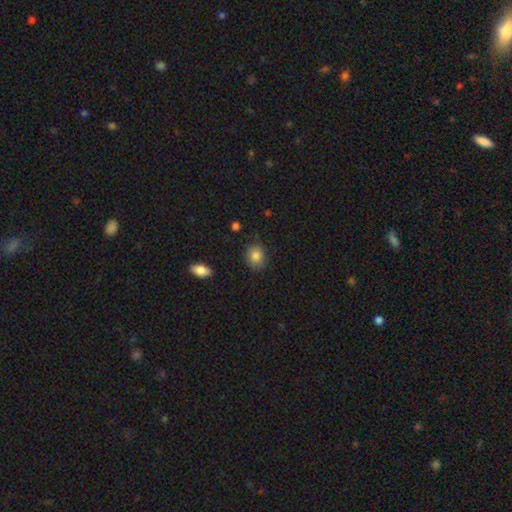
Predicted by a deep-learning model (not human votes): Smooth or featured? smooth (84%)
How rounded? round (51%)
Merging? none (81%)